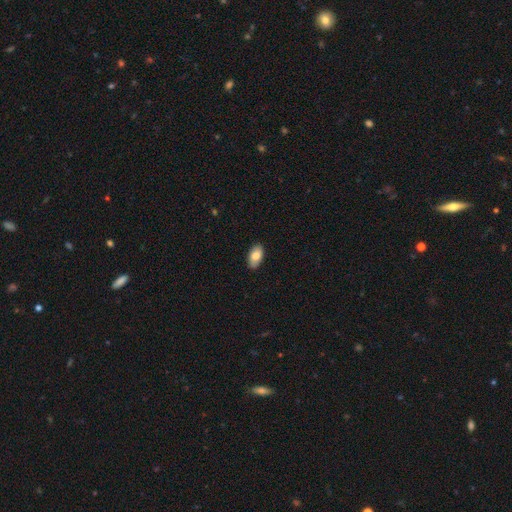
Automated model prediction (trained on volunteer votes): Overall: smooth (79%). How rounded: in between (94%). Merging: none (89%).